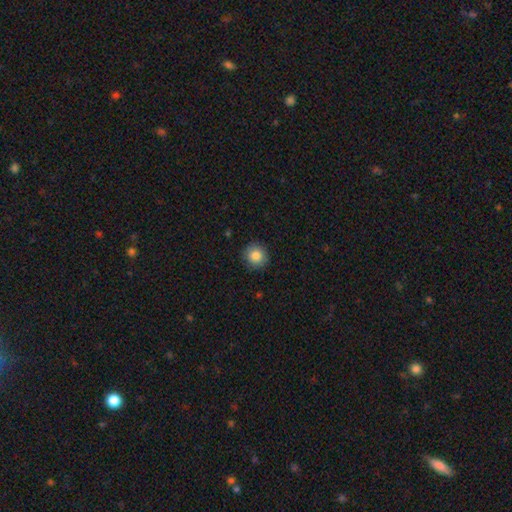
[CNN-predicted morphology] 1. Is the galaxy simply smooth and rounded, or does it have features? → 85% smooth, 9% star or artifact, 6% featured or disk.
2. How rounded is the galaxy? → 91% round, 8% in between, 1% cigar-shaped.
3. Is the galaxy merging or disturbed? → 90% none, 7% minor disturbance, 2% major disturbance, 1% merger.